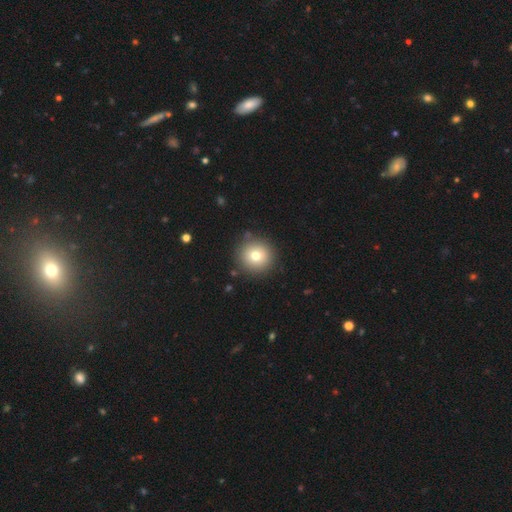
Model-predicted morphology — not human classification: A smooth galaxy with no disk features (74%) that is round (95%). Merging: none (89%).